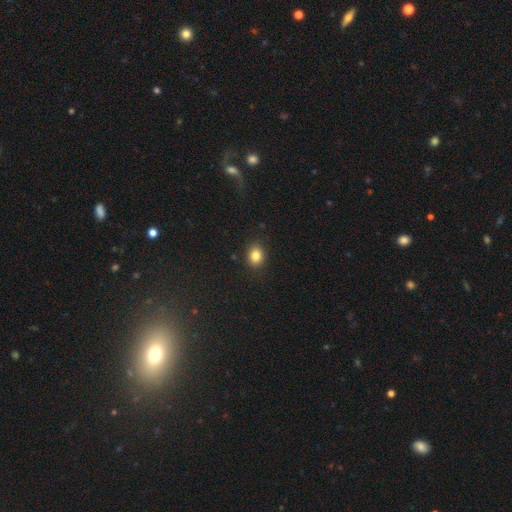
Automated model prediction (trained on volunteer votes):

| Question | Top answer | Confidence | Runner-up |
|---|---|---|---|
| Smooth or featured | smooth | 83% | star or artifact (11%) |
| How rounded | round | 52% | in between (47%) |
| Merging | none | 88% | minor disturbance (8%) |